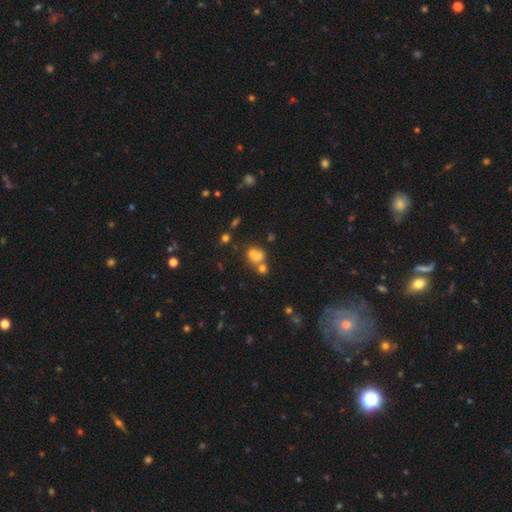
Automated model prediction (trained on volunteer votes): Smooth or featured?
  - smooth: 63% *
  - featured or disk: 20%
  - star or artifact: 17%
How rounded?
  - round: 62% *
  - in between: 37%
  - cigar-shaped: 1%
Merging?
  - merger: 55% *
  - none: 31%
  - minor disturbance: 8%
  - major disturbance: 5%